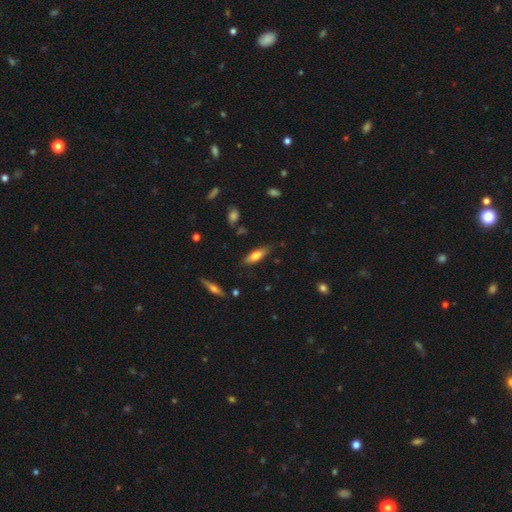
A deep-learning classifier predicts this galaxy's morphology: Smooth or featured? smooth (64%)
How rounded? in between (50%)
Merging? none (79%)